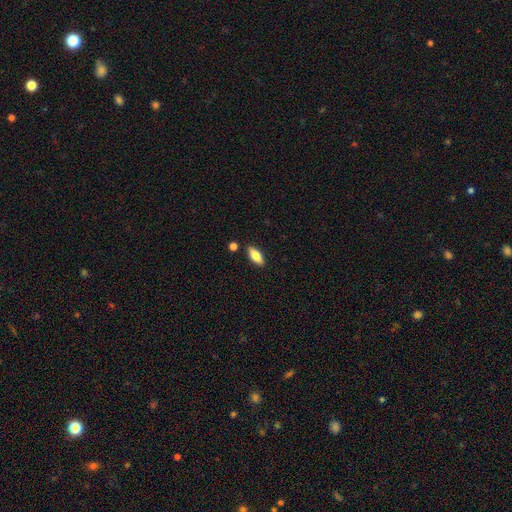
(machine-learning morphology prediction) This is likely a smooth galaxy (75%). How rounded: likely in between (76%). Merging: clearly none (86%).